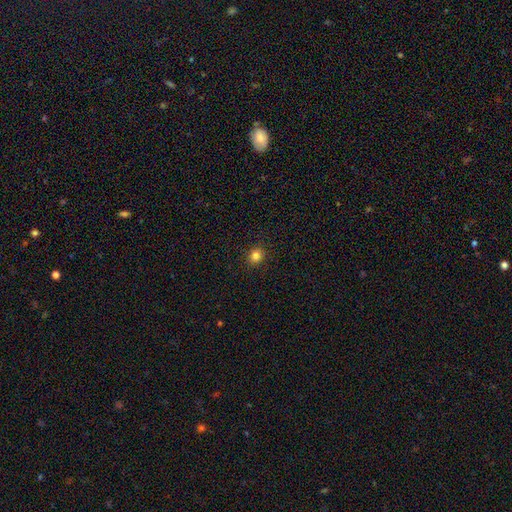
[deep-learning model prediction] This appears to be a smooth galaxy with no disk features (82%) that is round (79%). Merging: none (91%).